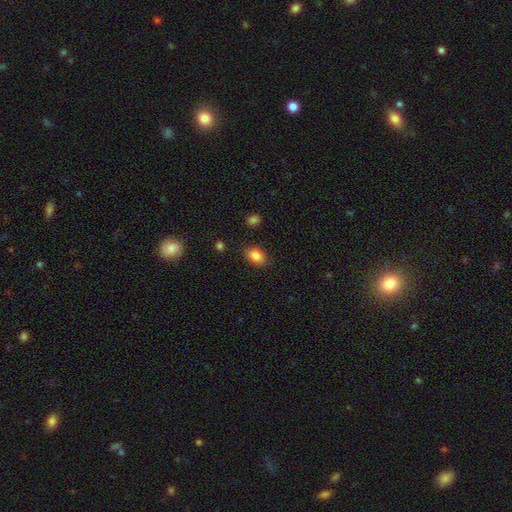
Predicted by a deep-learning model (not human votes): Morphology: type=smooth (84%); roundness=in between (79%); merging=none (83%).